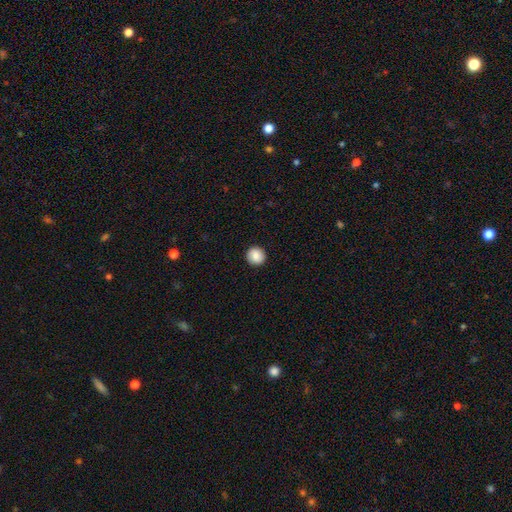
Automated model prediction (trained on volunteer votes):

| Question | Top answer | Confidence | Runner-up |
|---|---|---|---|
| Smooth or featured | smooth | 88% | star or artifact (8%) |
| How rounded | round | 93% | in between (6%) |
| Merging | none | 92% | minor disturbance (5%) |